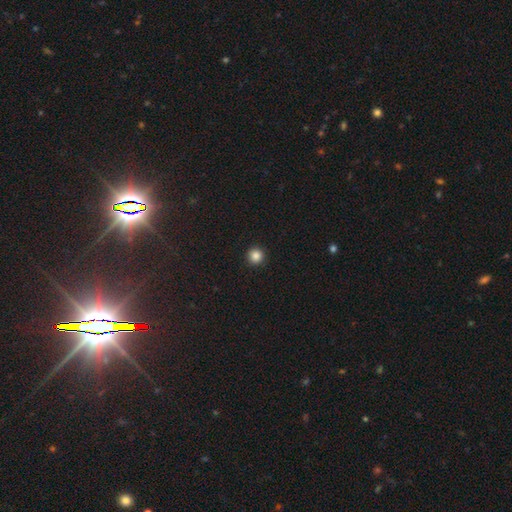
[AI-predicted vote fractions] Smooth or featured? smooth (85%)
How rounded? round (96%)
Merging? none (93%)